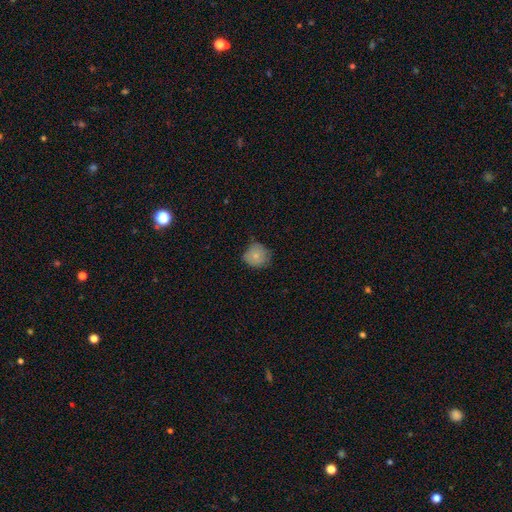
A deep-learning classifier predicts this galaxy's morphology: Overall: smooth (77%). How rounded: round (86%). Merging: none (66%; minor disturbance 27%).